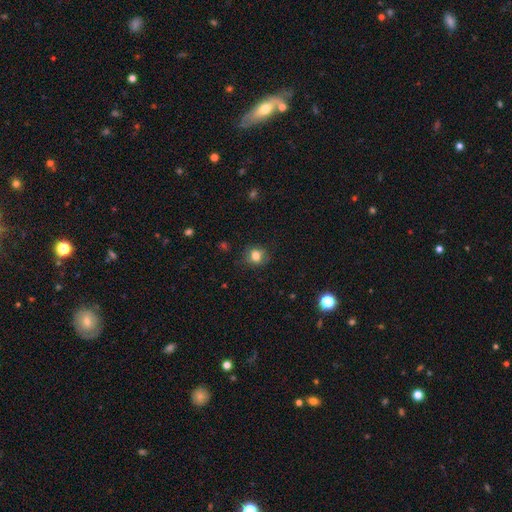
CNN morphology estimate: Smooth or featured? Predicted: smooth (p=0.79). How rounded? Predicted: round (p=0.69). Merging? Predicted: none (p=0.78).